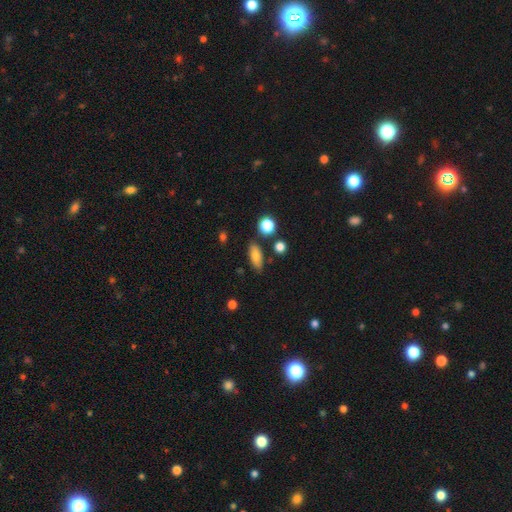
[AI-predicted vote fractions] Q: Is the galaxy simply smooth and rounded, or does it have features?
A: smooth — 77%.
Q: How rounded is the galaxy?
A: in between — 75%.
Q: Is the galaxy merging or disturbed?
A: none — 79%.